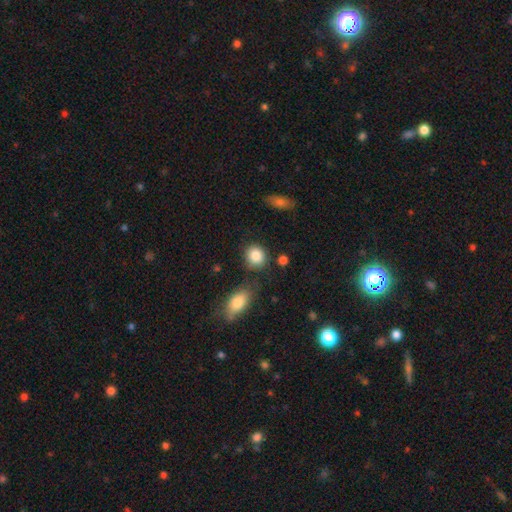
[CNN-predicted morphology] type=smooth (87%); roundness=round (74%); merging=none (76%).